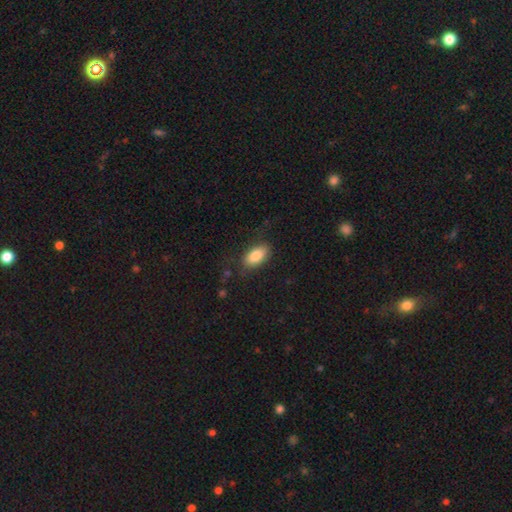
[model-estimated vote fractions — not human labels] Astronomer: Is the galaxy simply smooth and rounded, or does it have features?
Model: smooth — 83%.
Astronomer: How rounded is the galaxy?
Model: in between — 90%.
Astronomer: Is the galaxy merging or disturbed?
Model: none — 78%.